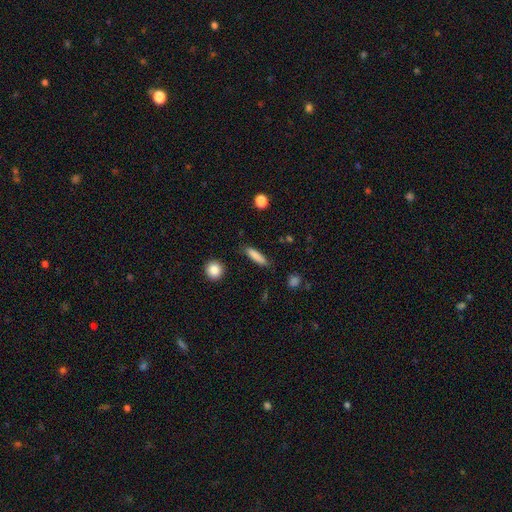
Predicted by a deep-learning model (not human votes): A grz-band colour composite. It shows a smooth galaxy with no disk features (83%) that is cigar-shaped (78%). Merging: none (85%).